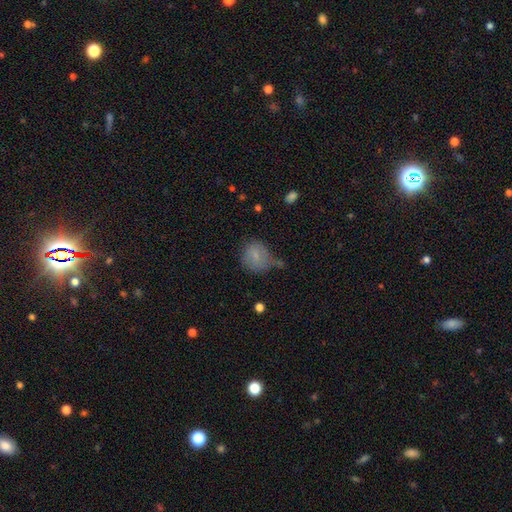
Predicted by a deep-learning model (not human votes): A smooth galaxy with no disk features (76%) that is round (71%). Merging: none (47%).